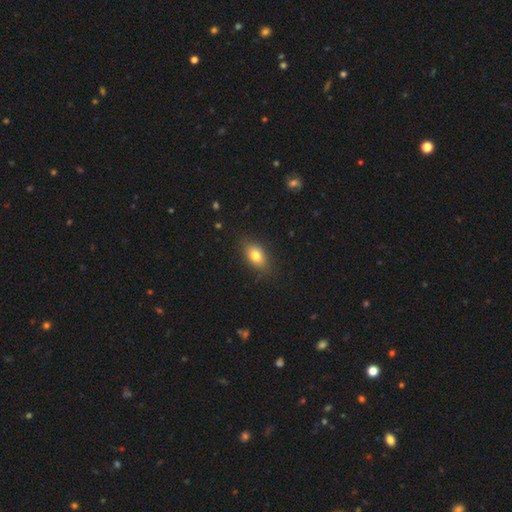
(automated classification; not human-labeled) smooth-or-featured: smooth: 78% | featured or disk: 13% | star or artifact: 9%
  how-rounded: in between: 82% | round: 14% | cigar-shaped: 4%
  merging: none: 83% | minor disturbance: 13% | major disturbance: 3% | merger: 1%